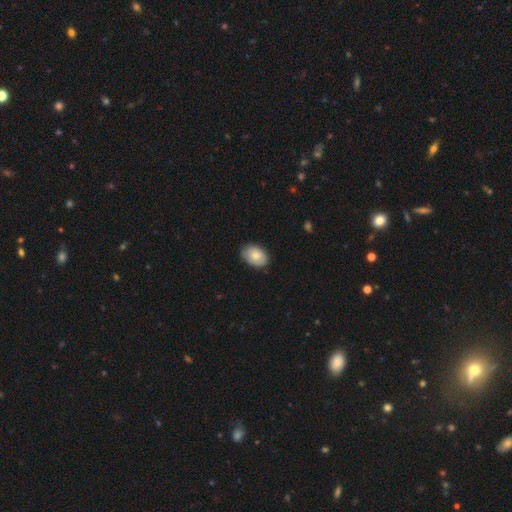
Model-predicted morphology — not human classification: A smooth galaxy with no disk features (76%) that is in between round and cigar-shaped (84%). Merging: none (78%).